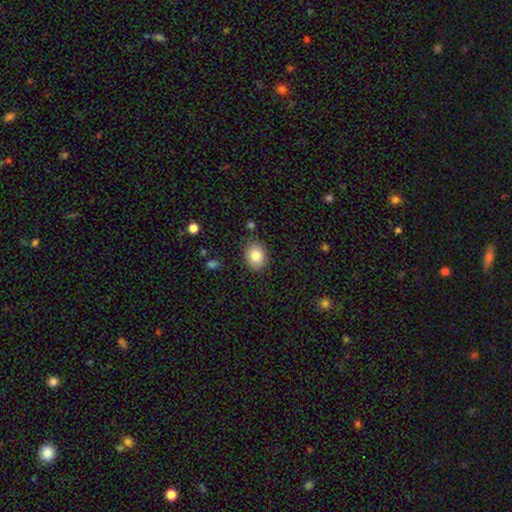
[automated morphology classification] type=smooth (83%); roundness=round (51%); merging=none (84%).